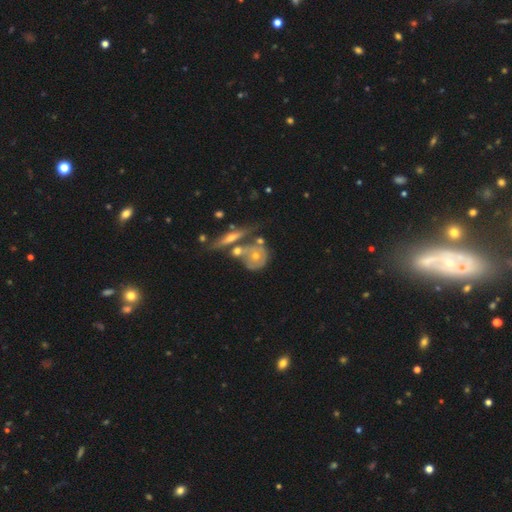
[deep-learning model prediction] This is possibly a featured or disk galaxy (56%). It is likely not viewed edge-on (76%). Merging: marginally none (38%).